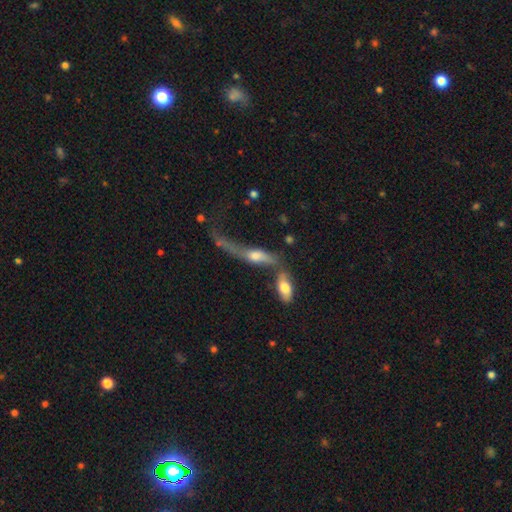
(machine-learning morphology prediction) This is possibly a featured or disk galaxy (52%). It is possibly viewed edge-on (57%). Merging: marginally merger (34%).